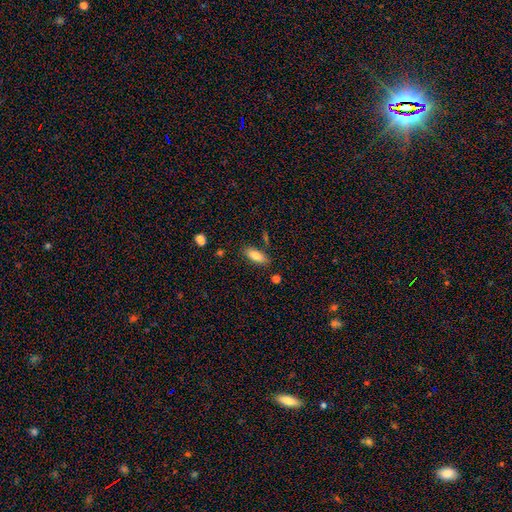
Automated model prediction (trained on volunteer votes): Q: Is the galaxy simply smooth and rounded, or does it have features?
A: smooth — 82%.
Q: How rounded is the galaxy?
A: in between — 80%.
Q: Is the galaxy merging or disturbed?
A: none — 80%.